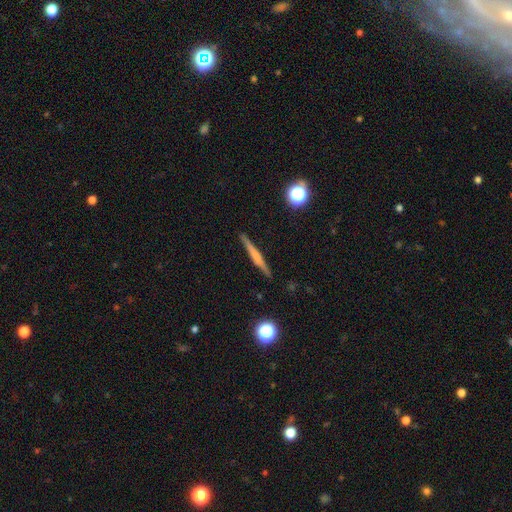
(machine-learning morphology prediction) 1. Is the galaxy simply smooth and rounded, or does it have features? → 56% featured or disk, 36% smooth, 8% star or artifact.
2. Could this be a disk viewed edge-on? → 98% yes, 2% no.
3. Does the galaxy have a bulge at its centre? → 41% rounded, 39% none, 20% boxy.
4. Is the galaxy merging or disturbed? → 90% none, 7% minor disturbance, 1% major disturbance, 1% merger.